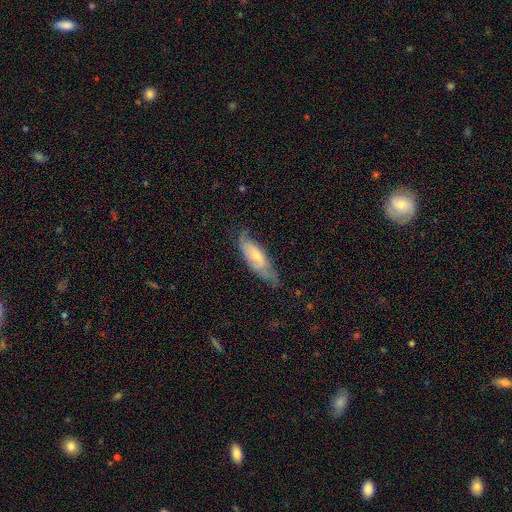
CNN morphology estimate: Smooth or featured? featured or disk (47%)
Merging? none (57%)